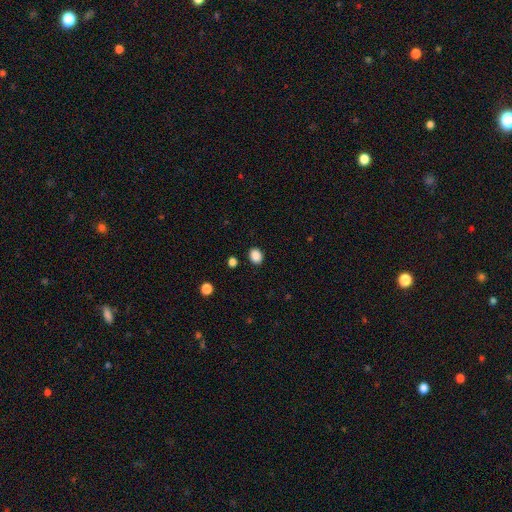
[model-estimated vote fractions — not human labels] Smooth or featured? Predicted: smooth (p=0.87). How rounded? Predicted: round (p=0.55). Merging? Predicted: none (p=0.89).